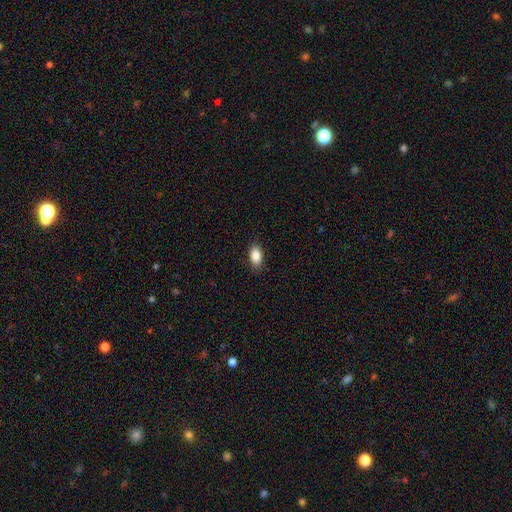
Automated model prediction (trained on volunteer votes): A smooth galaxy with no disk features (87%) that is in between round and cigar-shaped (91%).

Vote fractions:
- Smooth or featured? smooth: 87% / star or artifact: 7% / featured or disk: 5%
- How rounded? in between: 91% / round: 5% / cigar-shaped: 4%
- Merging? none: 87% / minor disturbance: 10% / major disturbance: 2% / merger: 1%